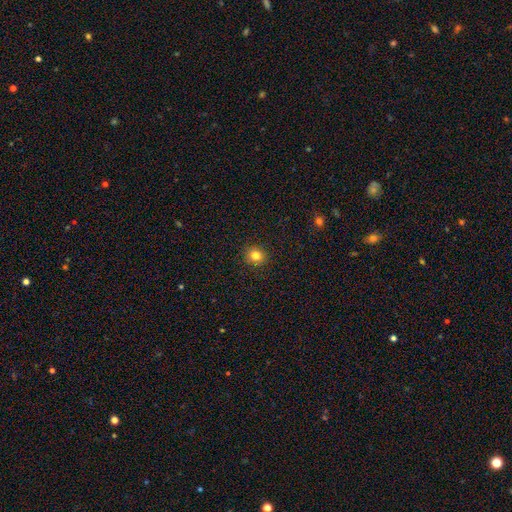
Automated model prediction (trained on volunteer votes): smooth 82%, star or artifact 12%, featured or disk 6%. Down the decision tree: how rounded — round (86%); merging — none (92%).